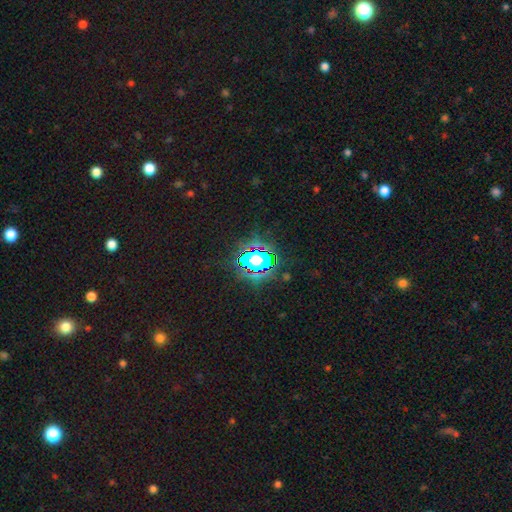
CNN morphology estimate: This appears to be a star or artifact, not a galaxy (75%).